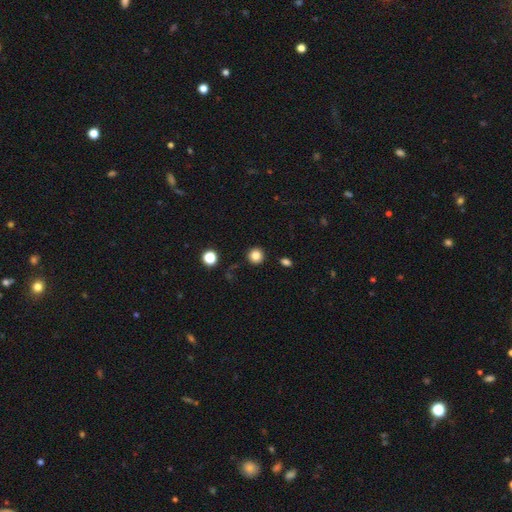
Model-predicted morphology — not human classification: A smooth galaxy with no disk features (85%) that is round (94%).

Vote fractions:
- Smooth or featured? smooth: 85% / star or artifact: 11% / featured or disk: 4%
- How rounded? round: 94% / in between: 5% / cigar-shaped: 1%
- Merging? none: 90% / minor disturbance: 6% / major disturbance: 2% / merger: 2%